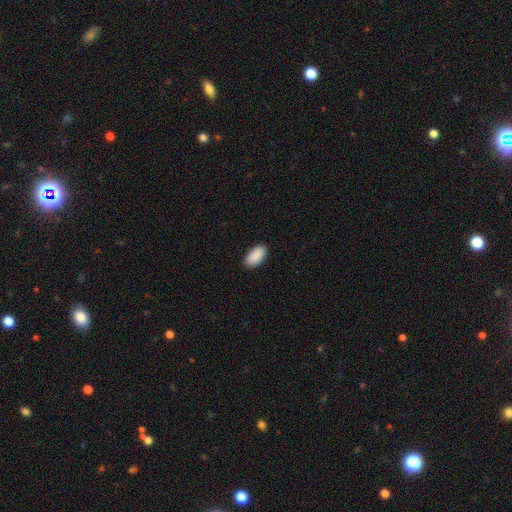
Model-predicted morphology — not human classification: type=smooth (91%); roundness=in between (95%); merging=none (89%).